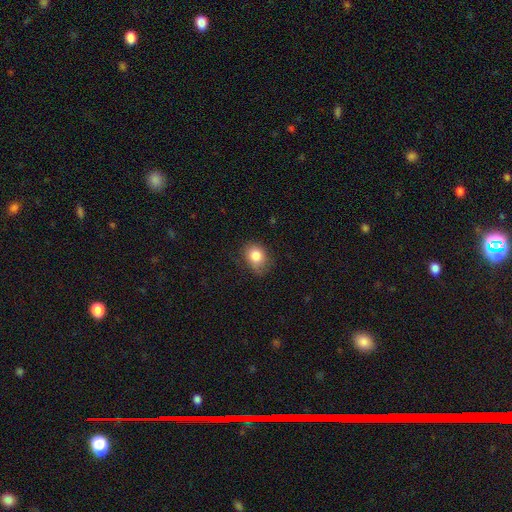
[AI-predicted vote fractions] Smooth or featured: smooth — 83% (star or artifact — 9%)
How rounded: in between — 55% (round — 44%)
Merging: none — 69% (minor disturbance — 24%)